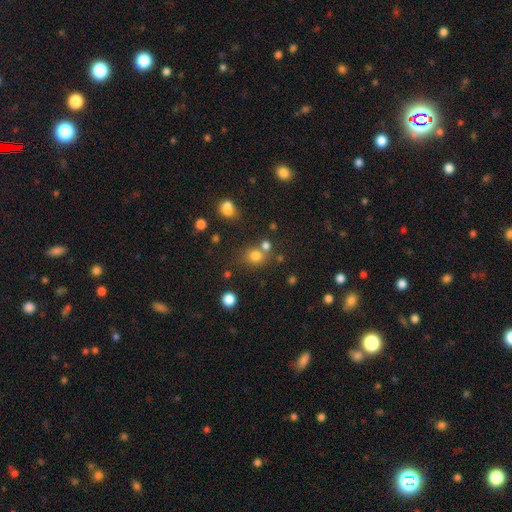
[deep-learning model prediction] Overall: smooth (76%). How rounded: round (77%). Merging: none (61%; merger 24%).